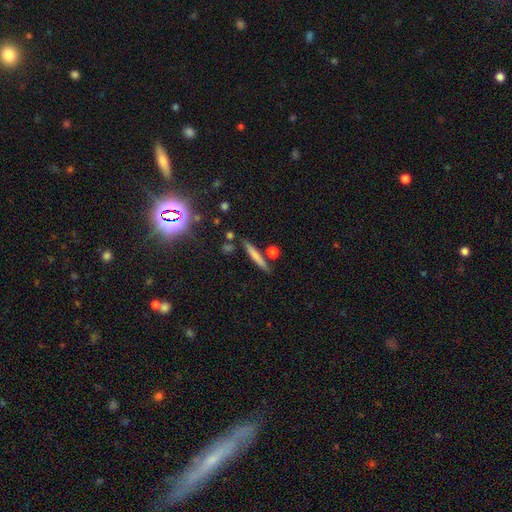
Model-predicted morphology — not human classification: smooth-or-featured: smooth: 69% | featured or disk: 23% | star or artifact: 8%
  how-rounded: cigar-shaped: 91% | in between: 6% | round: 3%
  merging: none: 80% | minor disturbance: 10% | merger: 7% | major disturbance: 3%